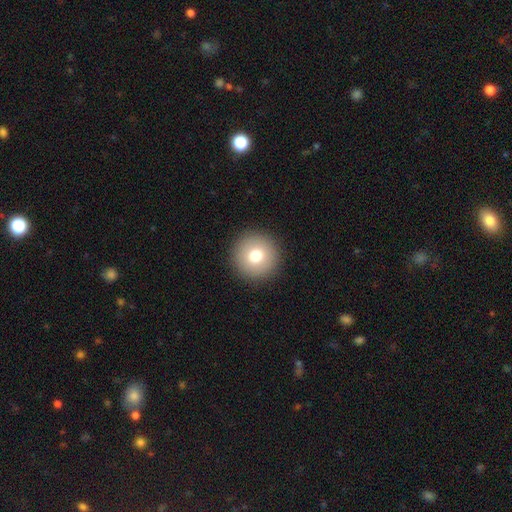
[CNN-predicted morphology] smooth 76%, featured or disk 14%, star or artifact 10%. Down the decision tree: how rounded — round (96%); merging — none (93%).